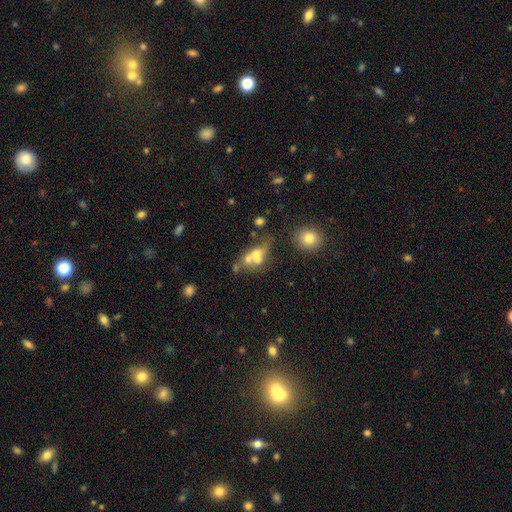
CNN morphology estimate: Q: Smooth or featured?
A: smooth (51%); runner-up: featured or disk (35%)
Q: How rounded?
A: in between (62%); runner-up: round (32%)
Q: Merging?
A: merger (56%); runner-up: none (22%)